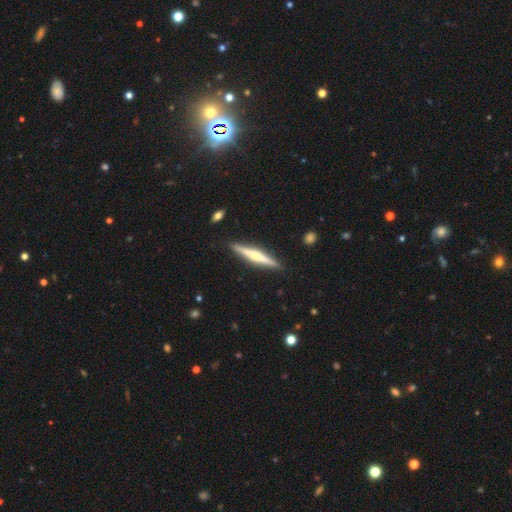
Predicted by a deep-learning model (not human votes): Smooth or featured? Predicted: featured or disk (p=0.67). Edge-on disk? Predicted: yes (p=0.98). Edge-on bulge? Predicted: rounded (p=0.76). Merging? Predicted: none (p=0.91).